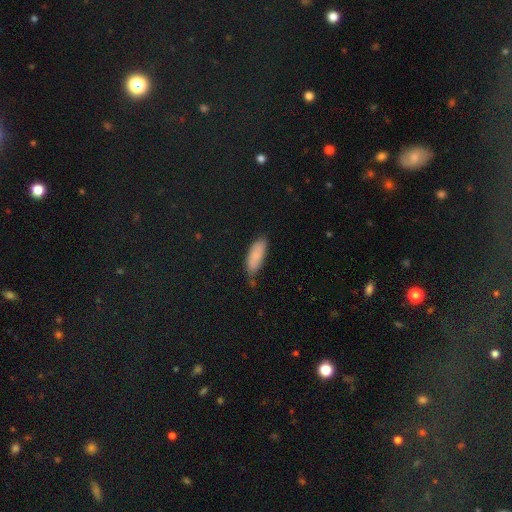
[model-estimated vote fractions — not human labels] This appears to be a smooth galaxy with no disk features (81%) that is in between round and cigar-shaped (69%). Merging: none (63%).